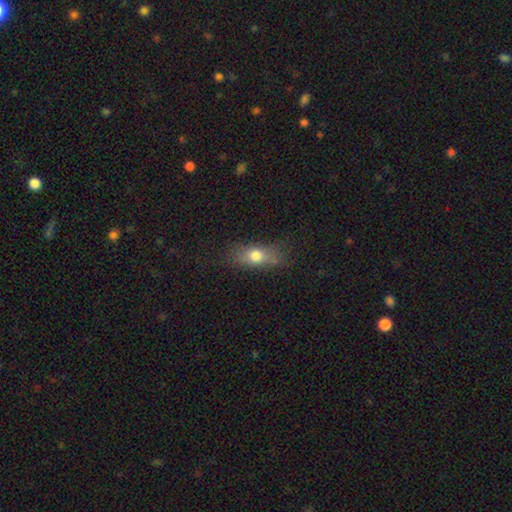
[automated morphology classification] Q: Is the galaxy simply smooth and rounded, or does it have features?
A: smooth — 72%.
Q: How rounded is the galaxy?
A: in between — 70%.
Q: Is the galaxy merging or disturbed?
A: none — 65%.